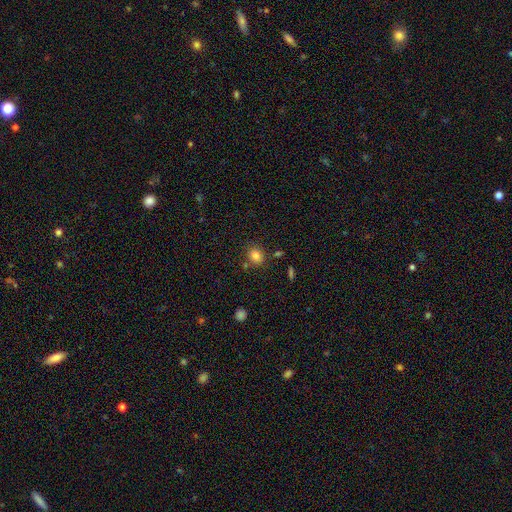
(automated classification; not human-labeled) A smooth galaxy with no disk features (82%) that is round (66%). Merging: none (78%).